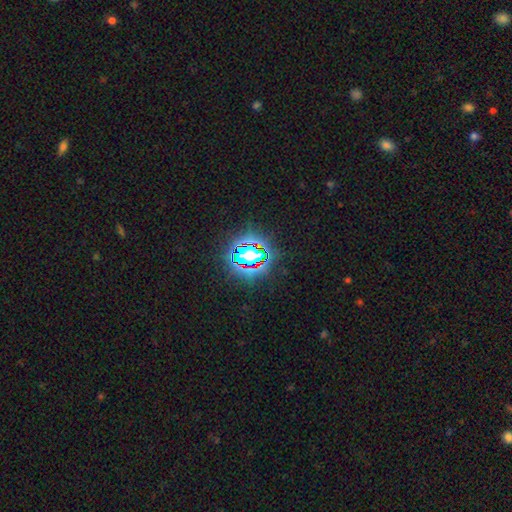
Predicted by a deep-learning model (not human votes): star or artifact 80%, smooth 12%, featured or disk 8%.